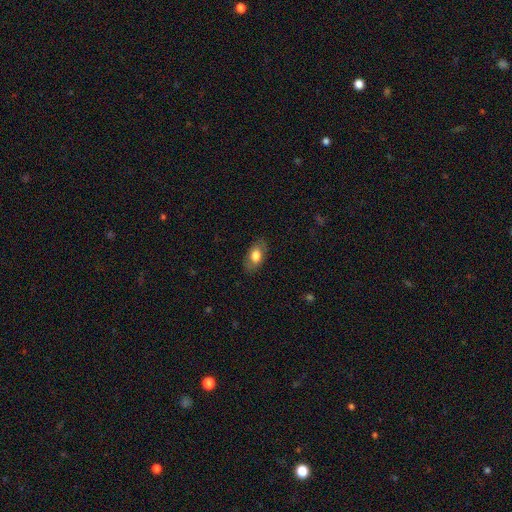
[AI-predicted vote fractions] smooth 75%, featured or disk 18%, star or artifact 7%. Down the decision tree: how rounded — in between (90%); merging — none (83%).